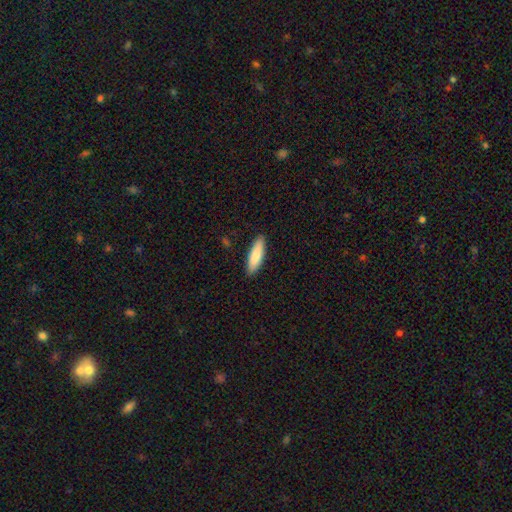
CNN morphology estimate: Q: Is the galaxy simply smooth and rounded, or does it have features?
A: smooth — 84%.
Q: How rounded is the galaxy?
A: cigar-shaped — 56%.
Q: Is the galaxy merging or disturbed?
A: none — 89%.